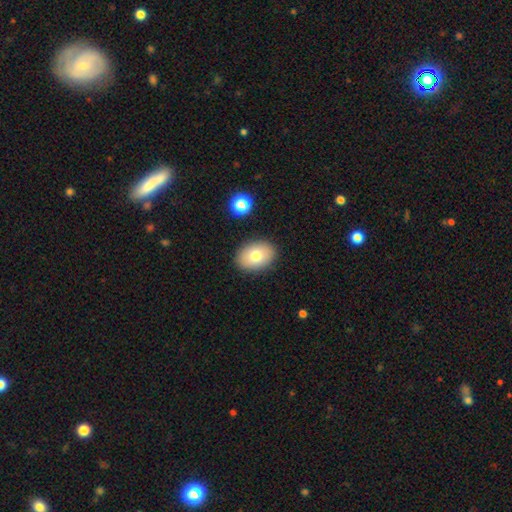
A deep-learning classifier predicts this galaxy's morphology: Smooth or featured? Predicted: smooth (p=0.78). How rounded? Predicted: in between (p=0.80). Merging? Predicted: none (p=0.88).